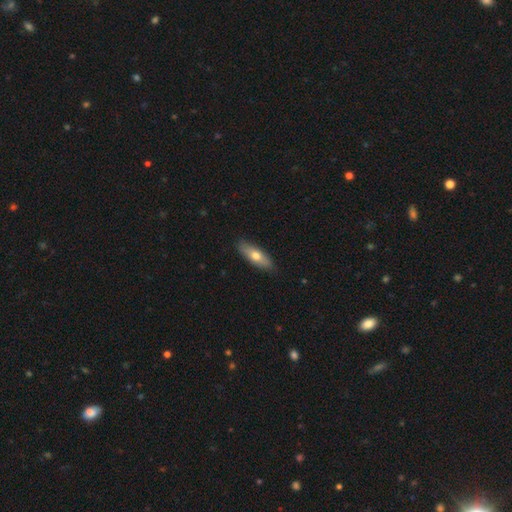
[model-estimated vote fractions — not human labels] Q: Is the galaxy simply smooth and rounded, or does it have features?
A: smooth — 66%.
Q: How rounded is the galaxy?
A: in between — 59%.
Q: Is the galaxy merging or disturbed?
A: none — 86%.